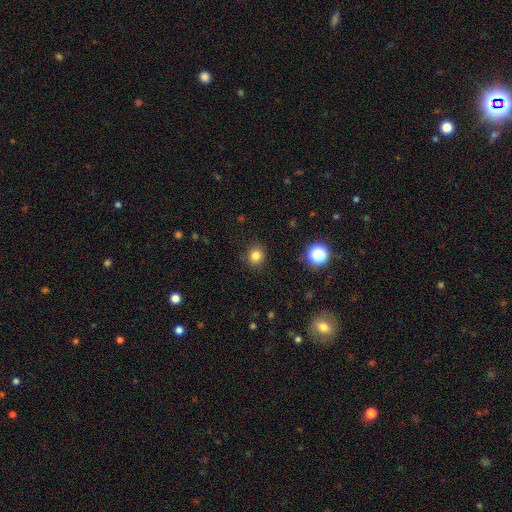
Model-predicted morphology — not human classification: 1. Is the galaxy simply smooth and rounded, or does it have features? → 82% smooth, 13% star or artifact, 5% featured or disk.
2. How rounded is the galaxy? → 88% round, 11% in between, 1% cigar-shaped.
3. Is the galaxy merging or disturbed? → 89% none, 8% minor disturbance, 2% major disturbance, 1% merger.